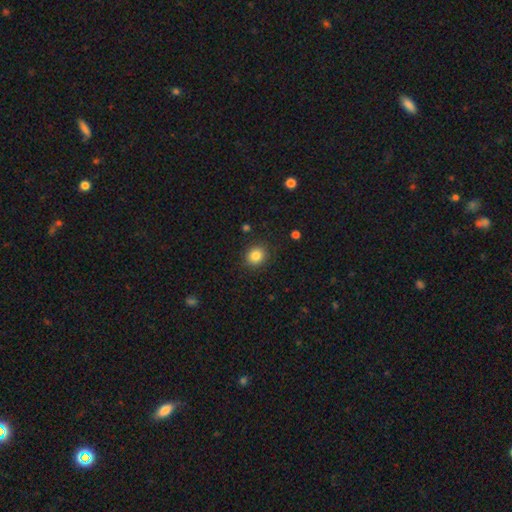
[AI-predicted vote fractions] A smooth galaxy with no disk features (84%) that is round (78%). Merging: none (87%).